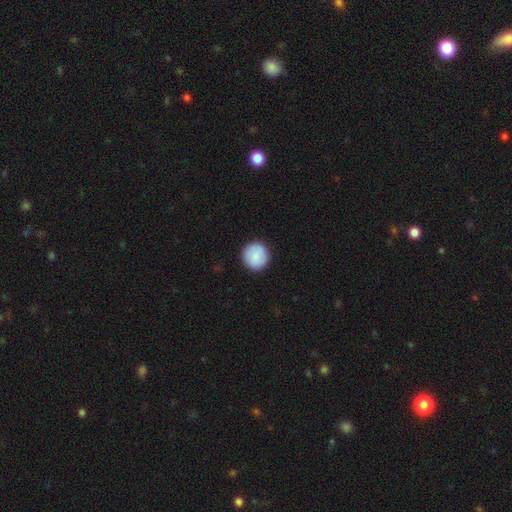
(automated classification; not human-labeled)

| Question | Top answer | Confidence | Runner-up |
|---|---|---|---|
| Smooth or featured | smooth | 86% | featured or disk (8%) |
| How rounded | round | 95% | in between (4%) |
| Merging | none | 91% | minor disturbance (6%) |